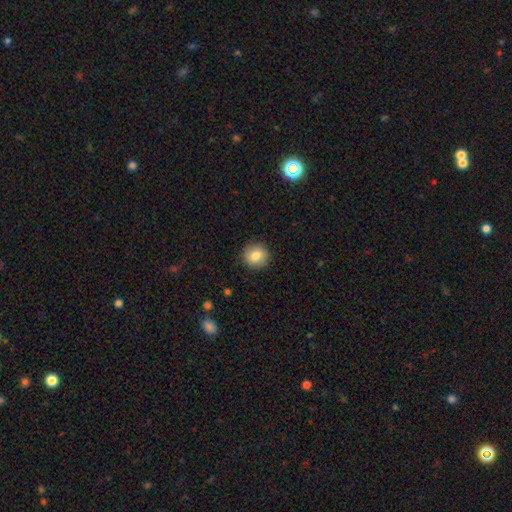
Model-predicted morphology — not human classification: smooth-or-featured: smooth: 83% | star or artifact: 9% | featured or disk: 8%
  how-rounded: round: 90% | in between: 9% | cigar-shaped: 1%
  merging: none: 90% | minor disturbance: 7% | major disturbance: 2% | merger: 1%